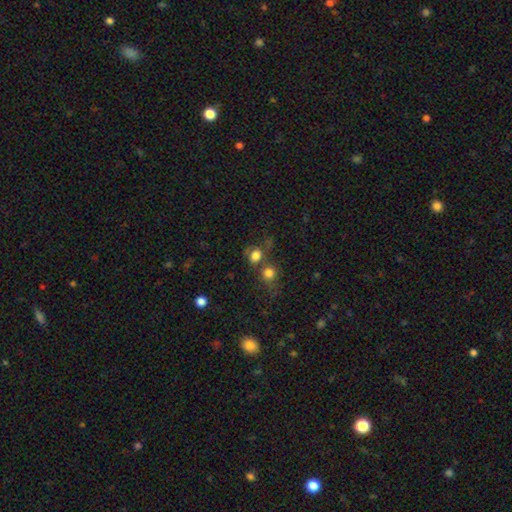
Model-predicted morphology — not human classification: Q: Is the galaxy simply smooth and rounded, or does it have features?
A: smooth — 77%.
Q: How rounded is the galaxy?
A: round — 68%.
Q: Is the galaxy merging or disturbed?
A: none — 43%.